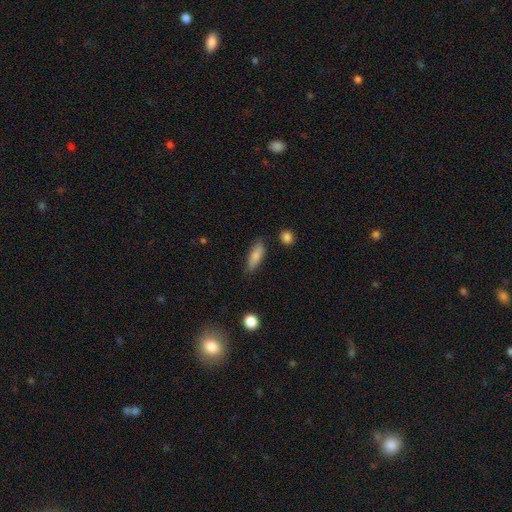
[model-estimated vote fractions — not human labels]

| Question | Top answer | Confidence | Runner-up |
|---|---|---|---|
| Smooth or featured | smooth | 80% | featured or disk (13%) |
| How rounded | in between | 59% | cigar-shaped (38%) |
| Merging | none | 78% | minor disturbance (17%) |